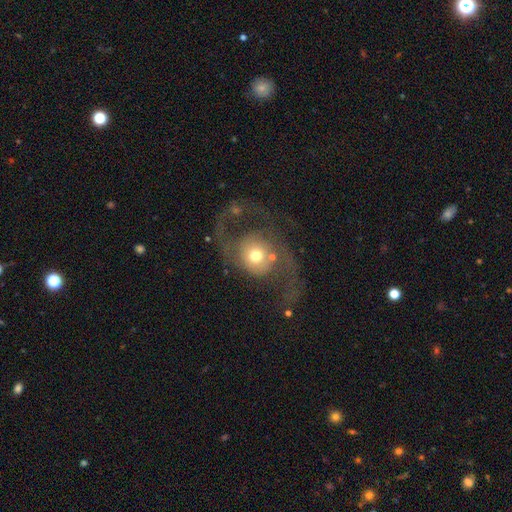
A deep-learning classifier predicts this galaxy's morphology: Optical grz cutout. It shows a featured or disk galaxy (64%) with no bar (79%), spiral arms (75%) and a moderate central bulge (60%). Merging: major disturbance (41%).